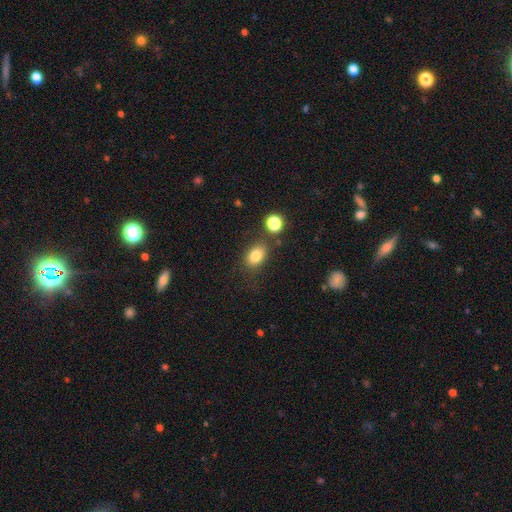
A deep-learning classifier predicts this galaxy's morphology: A smooth galaxy with no disk features (81%) that is in between round and cigar-shaped (74%). Merging: none (74%).